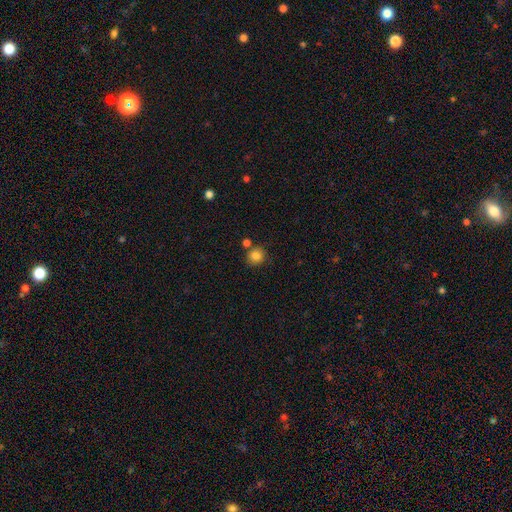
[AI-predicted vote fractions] The model was most divided on "merging": none: 75%, merger: 11%, minor disturbance: 11%, major disturbance: 3%. More confident: how rounded — round (86%); smooth or featured — smooth (83%).